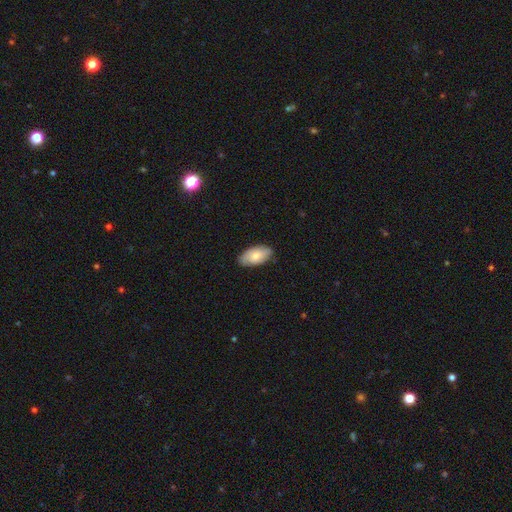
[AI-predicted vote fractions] Smooth or featured?
  - smooth: 74% *
  - featured or disk: 20%
  - star or artifact: 6%
How rounded?
  - in between: 95% *
  - round: 3%
  - cigar-shaped: 2%
Merging?
  - none: 82% *
  - minor disturbance: 14%
  - major disturbance: 2%
  - merger: 1%